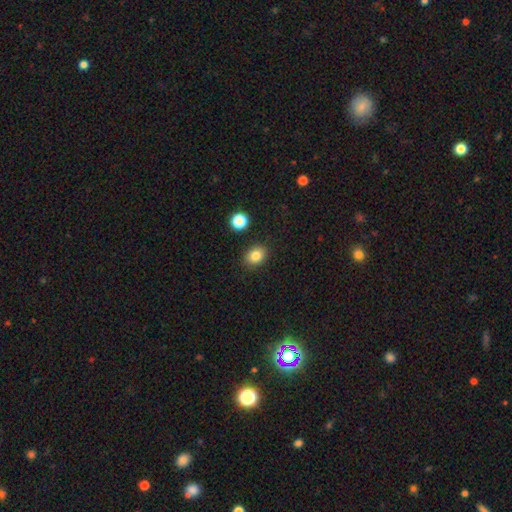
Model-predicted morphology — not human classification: This is clearly a smooth galaxy (83%). How rounded: possibly in between (54%). Merging: clearly none (87%).